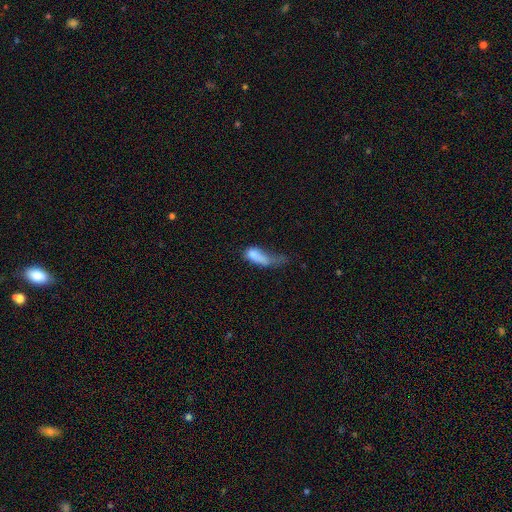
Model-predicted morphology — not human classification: Overall: smooth (72%). How rounded: in between (75%). Merging: major disturbance (56%; minor disturbance 21%).